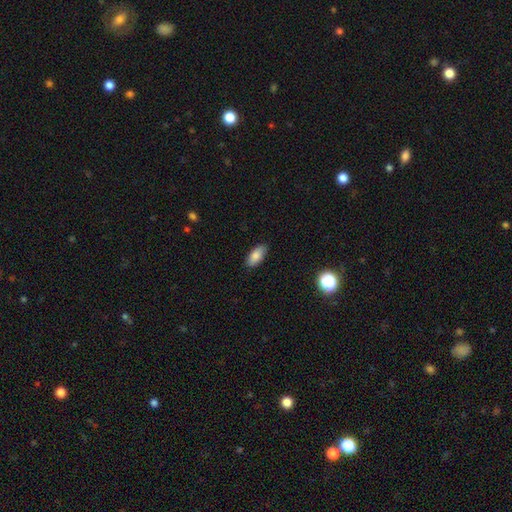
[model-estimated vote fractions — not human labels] The model was most divided on "smooth or featured": smooth: 85%, star or artifact: 8%, featured or disk: 7%. More confident: how rounded — in between (89%); merging — none (88%).